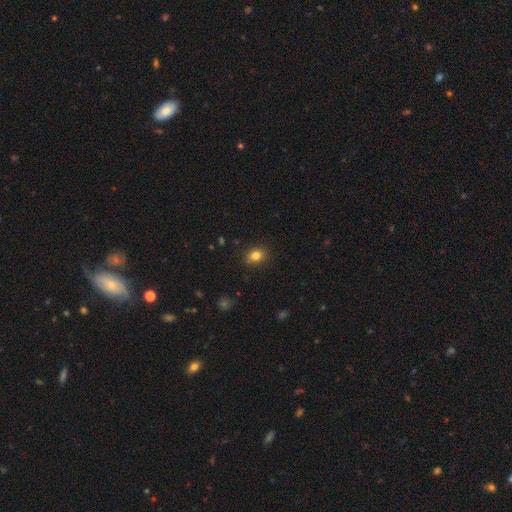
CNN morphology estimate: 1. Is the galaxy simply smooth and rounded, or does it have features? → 82% smooth, 12% star or artifact, 7% featured or disk.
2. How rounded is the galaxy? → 50% in between, 49% round, 1% cigar-shaped.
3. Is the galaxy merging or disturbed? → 88% none, 9% minor disturbance, 2% major disturbance, 1% merger.